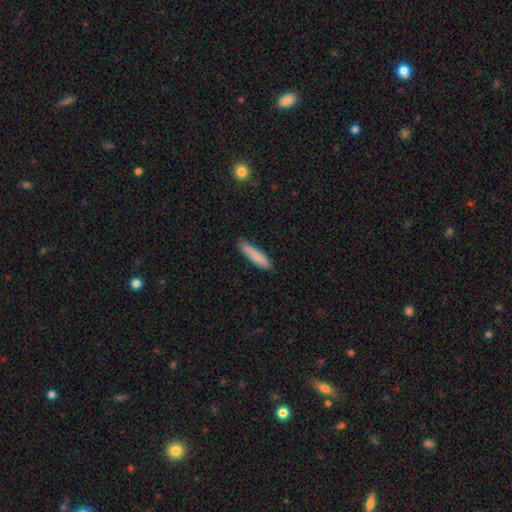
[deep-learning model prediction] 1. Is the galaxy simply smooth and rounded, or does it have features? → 84% smooth, 10% featured or disk, 6% star or artifact.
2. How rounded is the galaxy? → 86% cigar-shaped, 13% in between, 1% round.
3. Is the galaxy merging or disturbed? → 85% none, 12% minor disturbance, 2% major disturbance, 1% merger.